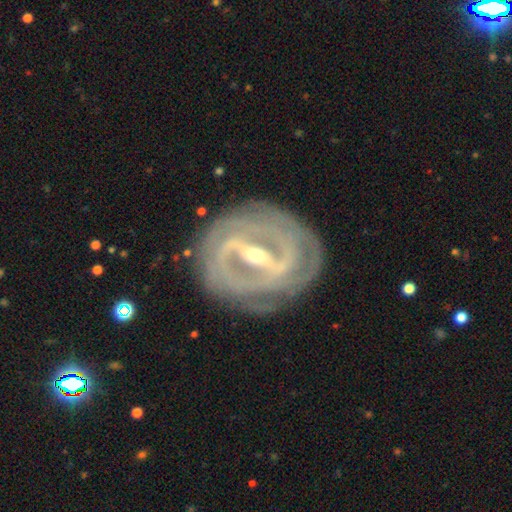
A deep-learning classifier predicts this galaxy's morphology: The model was most divided on "bulge size": small: 49%, moderate: 47%, large: 2%, none: 1%, dominant: 1%. Remaining: spiral arms — yes (93%); edge-on disk — no (92%); smooth or featured — featured or disk (90%); merging — none (81%); bar — strong (80%); spiral winding — tight (78%); spiral arm count — can't tell (30%).